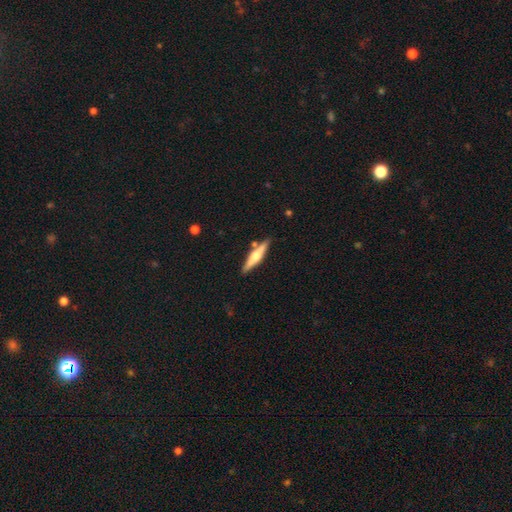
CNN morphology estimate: This appears to be a featured or disk galaxy (58%) viewed edge-on (96%) with a rounded central bulge (88%). Merging: none (84%).